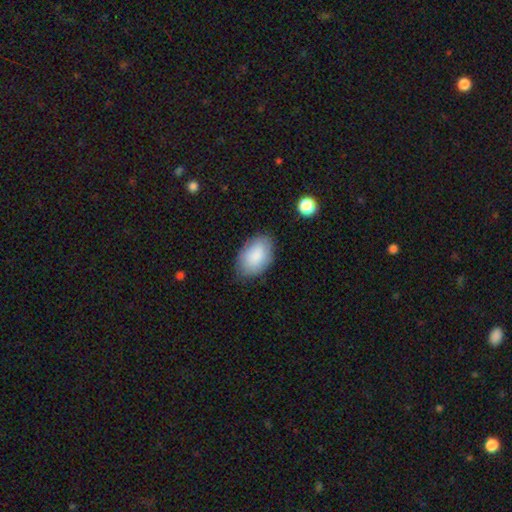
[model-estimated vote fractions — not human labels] This is clearly a smooth galaxy (87%). How rounded: clearly in between (91%). Merging: likely none (79%).